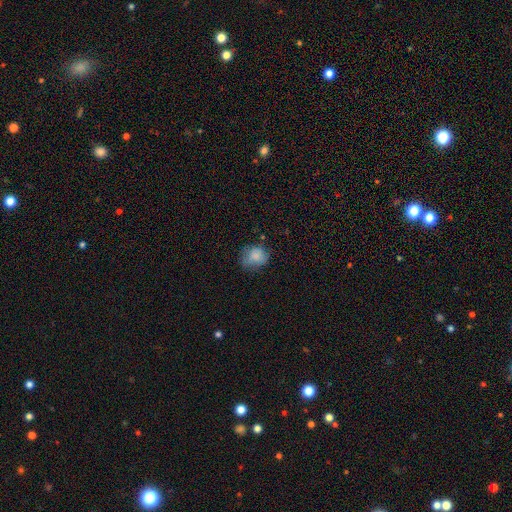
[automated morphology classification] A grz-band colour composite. It shows a smooth galaxy with no disk features (80%) that is round (66%). Merging: none (58%).